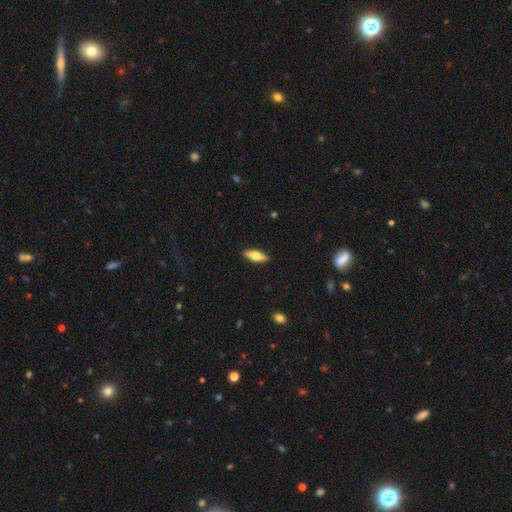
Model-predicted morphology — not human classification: Smooth or featured? smooth (70%)
How rounded? in between (64%)
Merging? none (89%)